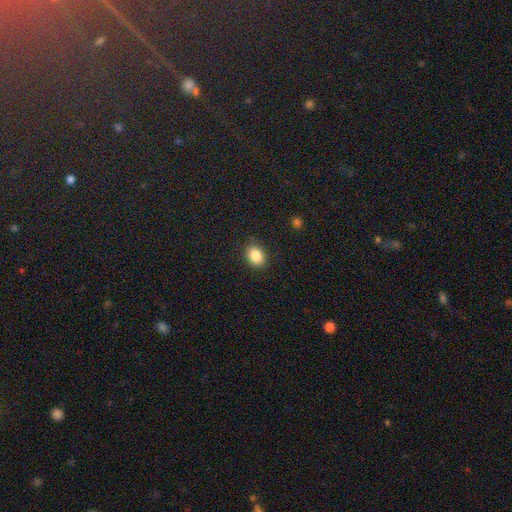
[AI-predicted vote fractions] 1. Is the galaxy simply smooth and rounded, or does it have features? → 86% smooth, 9% star or artifact, 5% featured or disk.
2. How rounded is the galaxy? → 67% in between, 32% round, 1% cigar-shaped.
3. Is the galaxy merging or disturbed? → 87% none, 9% minor disturbance, 2% major disturbance, 1% merger.